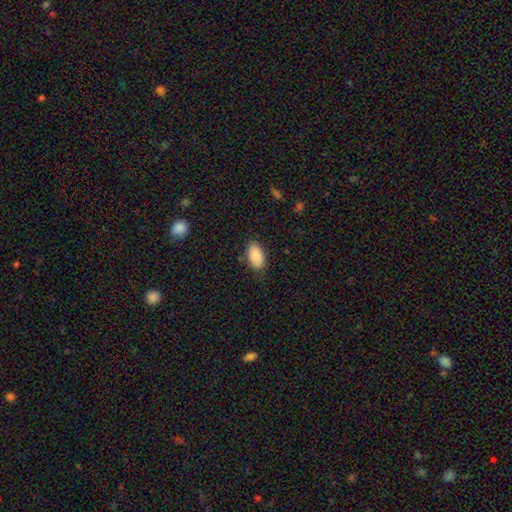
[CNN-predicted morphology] Smooth or featured? smooth (89%)
How rounded? in between (94%)
Merging? none (83%)